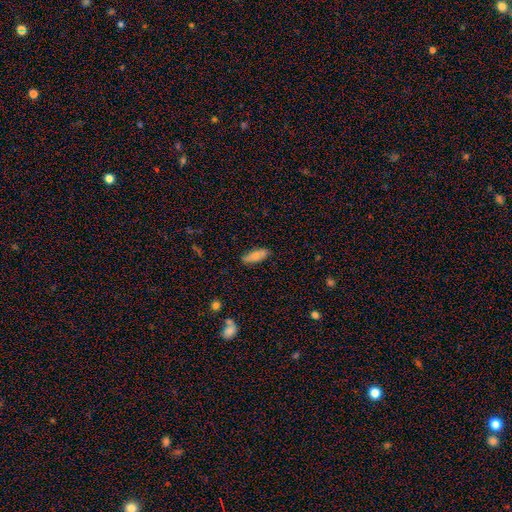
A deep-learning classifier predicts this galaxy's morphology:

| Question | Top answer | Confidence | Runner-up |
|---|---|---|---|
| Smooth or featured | smooth | 80% | featured or disk (12%) |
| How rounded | in between | 62% | cigar-shaped (36%) |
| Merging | none | 81% | minor disturbance (14%) |